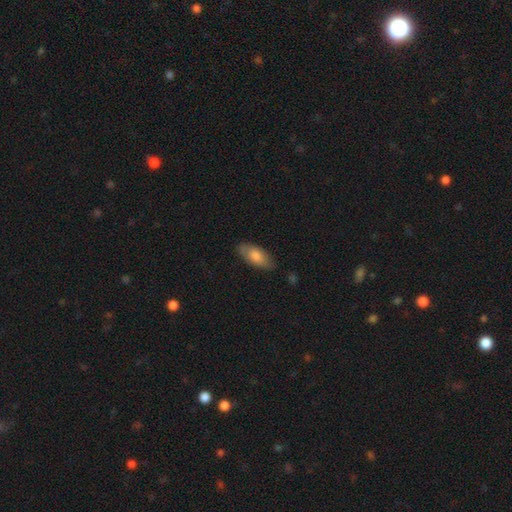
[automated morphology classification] This is likely a smooth galaxy (75%). How rounded: clearly in between (86%). Merging: likely none (79%).